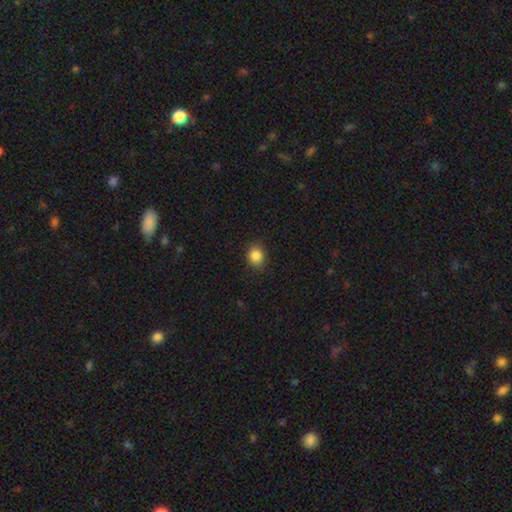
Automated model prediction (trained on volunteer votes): smooth-or-featured: smooth: 86% | star or artifact: 10% | featured or disk: 4%
  how-rounded: round: 66% | in between: 33% | cigar-shaped: 1%
  merging: none: 86% | minor disturbance: 10% | major disturbance: 2% | merger: 1%